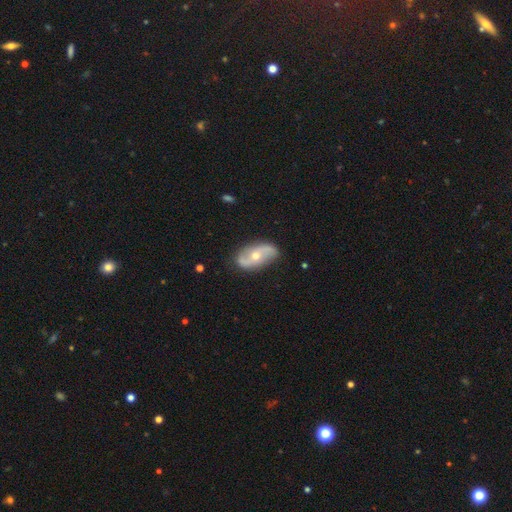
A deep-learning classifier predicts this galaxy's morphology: Smooth or featured: featured or disk — 78% (smooth — 17%)
Edge-on disk: no — 94% (yes — 6%)
Bar: no — 61% (weak — 25%)
Spiral arms: yes — 88% (no — 12%)
Spiral winding: loose — 63% (medium — 26%)
Spiral arm count: 2 — 91% (can't tell — 4%)
Bulge size: moderate — 56% (small — 40%)
Merging: none — 81% (minor disturbance — 14%)